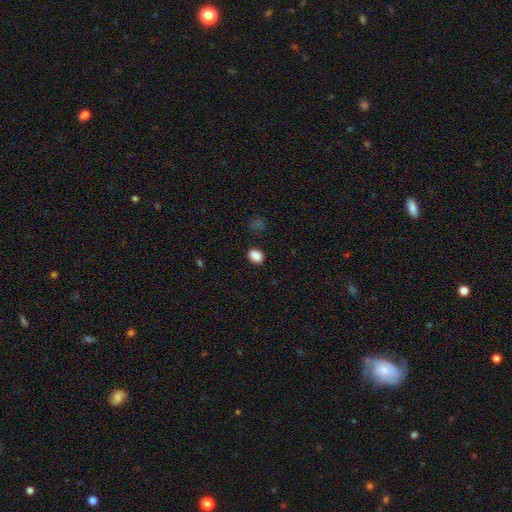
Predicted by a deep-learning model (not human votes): This appears to be a smooth galaxy with no disk features (87%) that is in between round and cigar-shaped (60%). Merging: none (88%).